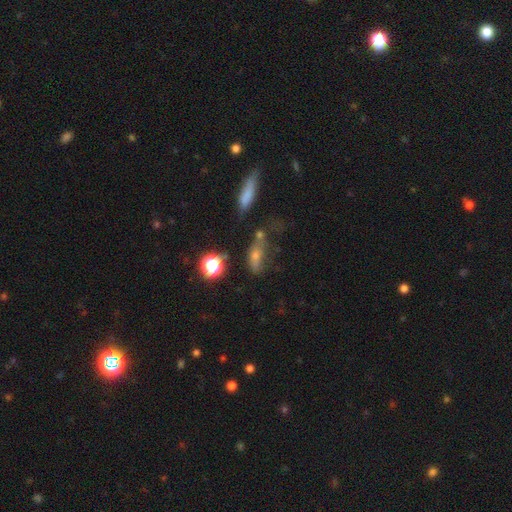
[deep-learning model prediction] smooth 51%, featured or disk 25%, star or artifact 23%. Down the decision tree: how rounded — in between (57%); merging — none (45%).